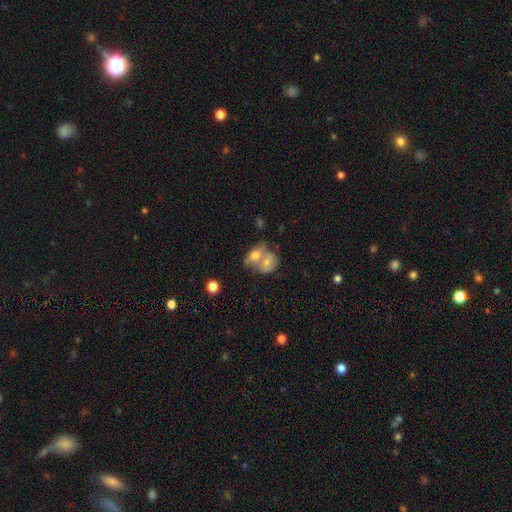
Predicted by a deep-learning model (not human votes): Smooth or featured? smooth (60%)
How rounded? in between (62%)
Merging? merger (67%)